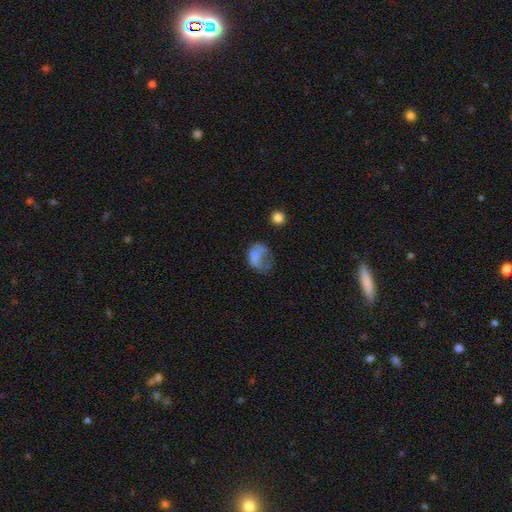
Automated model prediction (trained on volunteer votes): Morphology: type=smooth (61%); roundness=in between (70%); merging=major disturbance (49%).